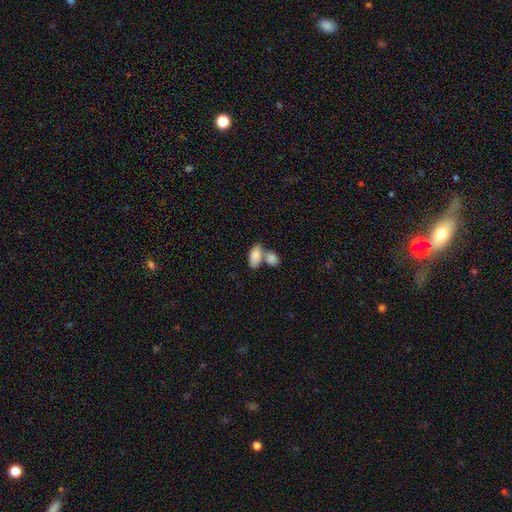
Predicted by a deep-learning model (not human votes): Q: Smooth or featured?
A: smooth (85%); runner-up: featured or disk (9%)
Q: How rounded?
A: in between (92%); runner-up: round (5%)
Q: Merging?
A: merger (54%); runner-up: none (33%)